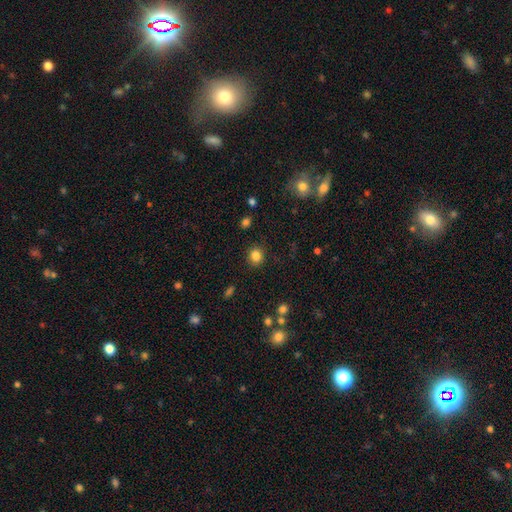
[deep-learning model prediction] This is clearly a smooth galaxy (84%). How rounded: clearly round (81%). Merging: clearly none (89%).